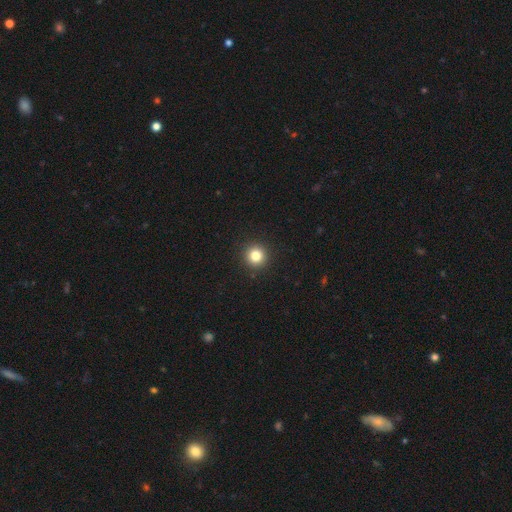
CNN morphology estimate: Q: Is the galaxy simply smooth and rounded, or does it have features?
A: smooth — 81%.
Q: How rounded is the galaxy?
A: round — 95%.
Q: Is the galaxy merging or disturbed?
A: none — 93%.